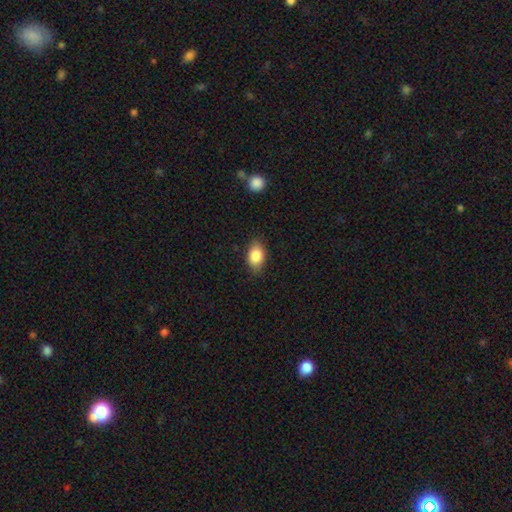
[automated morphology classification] smooth 86%, star or artifact 7%, featured or disk 7%. Down the decision tree: how rounded — in between (87%); merging — none (83%).